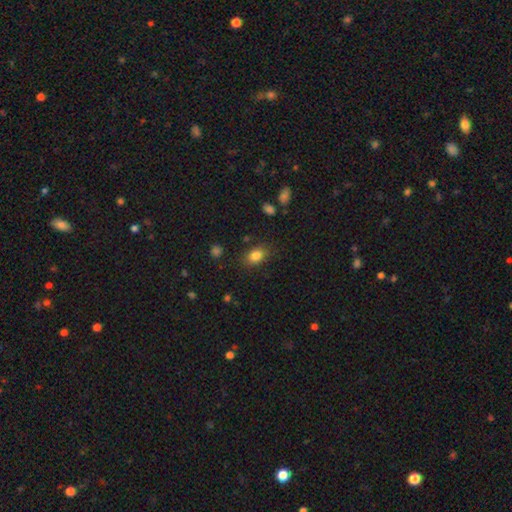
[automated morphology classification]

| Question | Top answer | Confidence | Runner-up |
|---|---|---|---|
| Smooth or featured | smooth | 83% | star or artifact (10%) |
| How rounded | in between | 76% | round (22%) |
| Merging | none | 81% | minor disturbance (13%) |